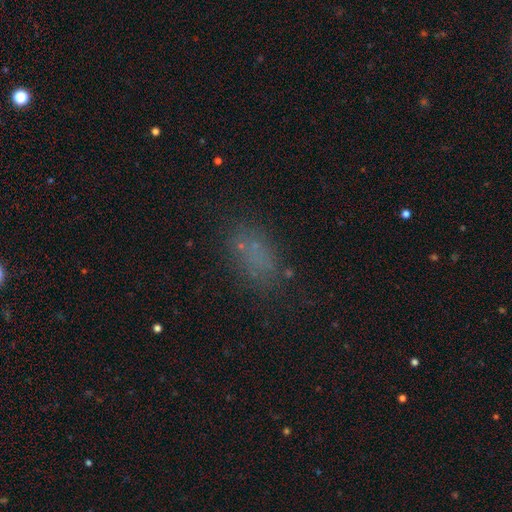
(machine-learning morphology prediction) smooth 65%, star or artifact 22%, featured or disk 13%. Down the decision tree: how rounded — in between (86%); merging — none (71%).